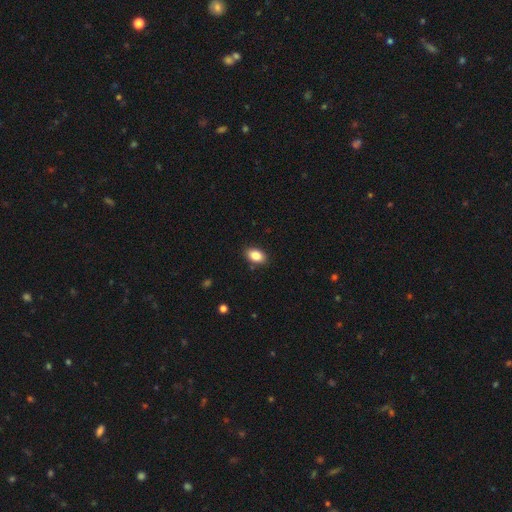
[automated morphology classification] Smooth or featured: smooth — 86% (star or artifact — 8%)
How rounded: in between — 89% (round — 10%)
Merging: none — 87% (minor disturbance — 9%)